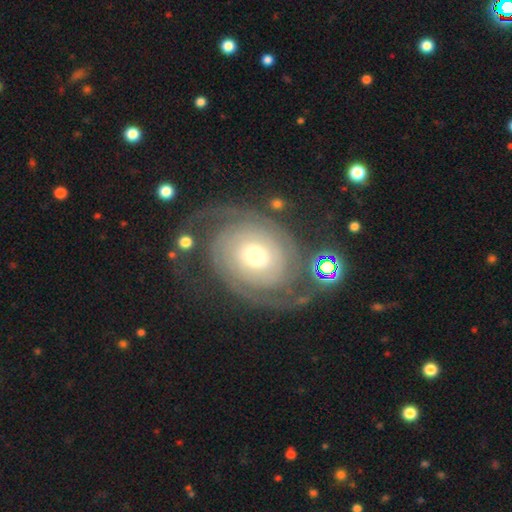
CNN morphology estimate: Smooth or featured? featured or disk (83%)
Edge-on disk? no (97%)
Bar? no (76%)
Spiral arms? yes (92%)
Spiral winding? tight (67%)
Spiral arm count? 2 (63%)
Bulge size? moderate (55%)
Merging? none (63%)